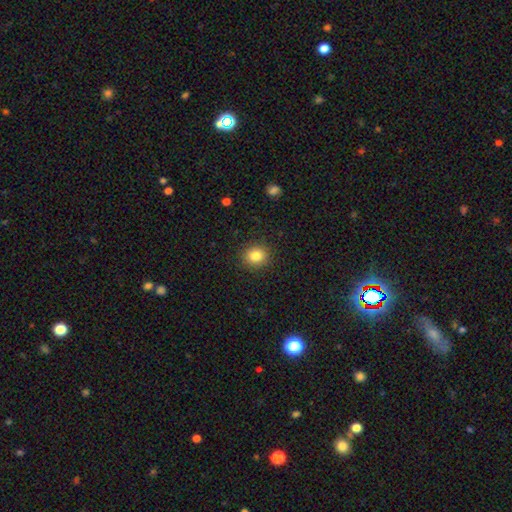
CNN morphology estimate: Smooth or featured? Predicted: smooth (p=0.84). How rounded? Predicted: round (p=0.80). Merging? Predicted: none (p=0.90).